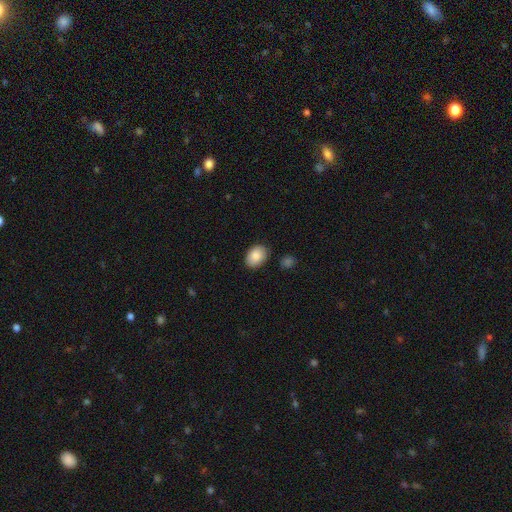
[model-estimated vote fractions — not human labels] Smooth or featured? Predicted: smooth (p=0.88). How rounded? Predicted: in between (p=0.81). Merging? Predicted: none (p=0.85).